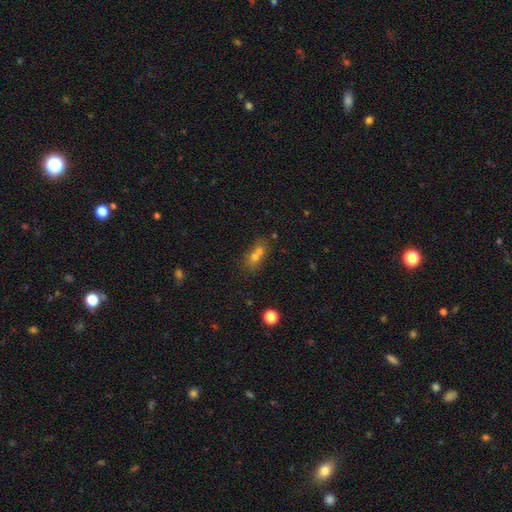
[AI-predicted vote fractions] Morphology: type=smooth (59%); roundness=round (52%); merging=merger (55%).